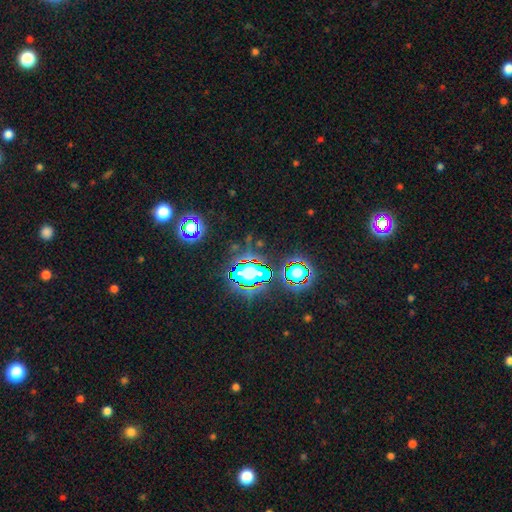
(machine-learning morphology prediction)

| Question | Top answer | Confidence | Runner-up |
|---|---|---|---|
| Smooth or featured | star or artifact | 80% | smooth (12%) |